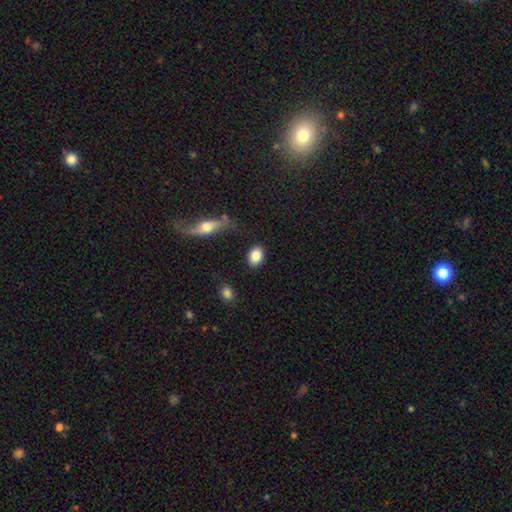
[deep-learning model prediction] This is clearly a smooth galaxy (85%). How rounded: likely in between (75%). Merging: clearly none (85%).